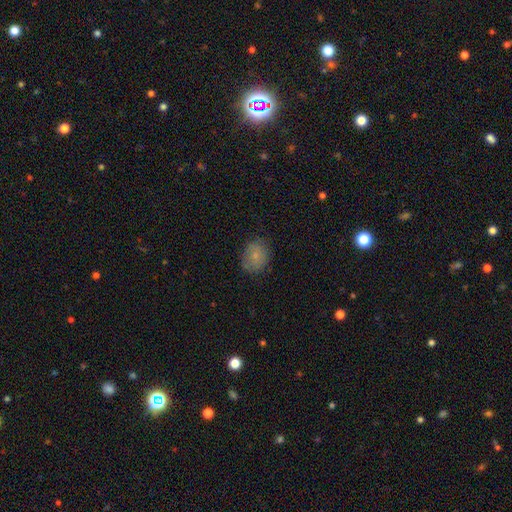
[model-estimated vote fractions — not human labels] smooth-or-featured: smooth: 79% | featured or disk: 12% | star or artifact: 9%
  how-rounded: round: 61% | in between: 38% | cigar-shaped: 1%
  merging: none: 77% | minor disturbance: 17% | major disturbance: 4% | merger: 1%